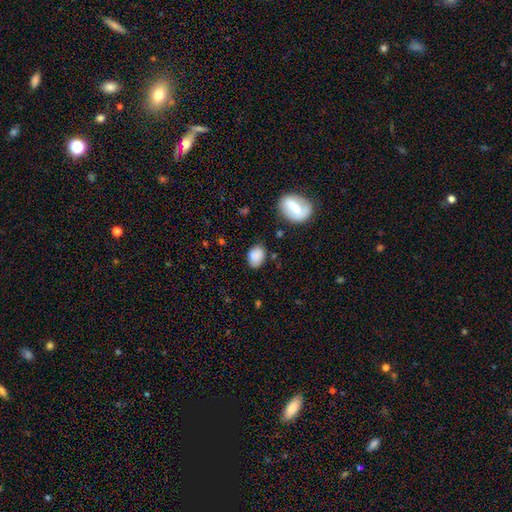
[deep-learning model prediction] Smooth or featured? Predicted: smooth (p=0.81). How rounded? Predicted: in between (p=0.76). Merging? Predicted: none (p=0.71).